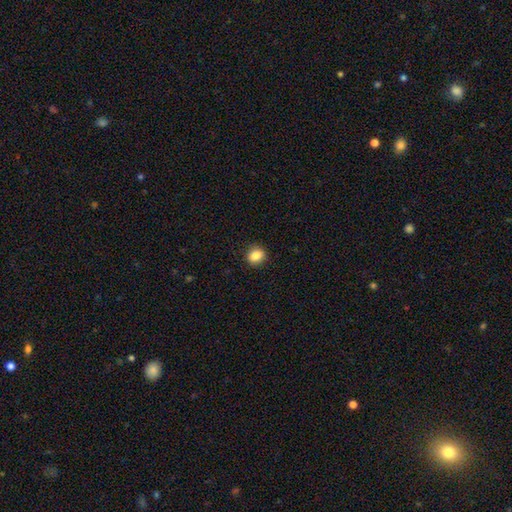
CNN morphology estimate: smooth-or-featured: smooth: 86% | star or artifact: 9% | featured or disk: 5%
  how-rounded: round: 68% | in between: 30% | cigar-shaped: 1%
  merging: none: 89% | minor disturbance: 8% | major disturbance: 2% | merger: 1%